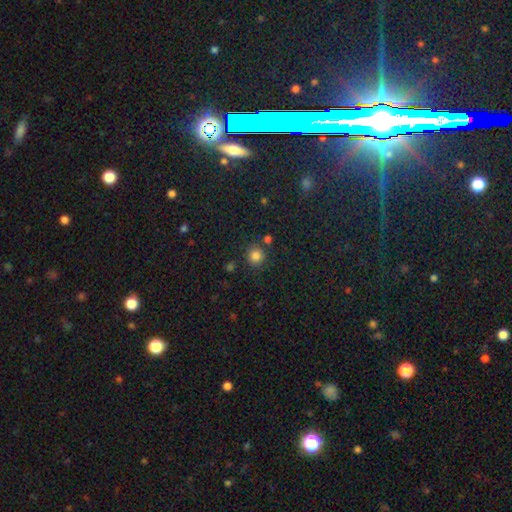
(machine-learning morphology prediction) Smooth or featured: smooth — 81% (star or artifact — 14%)
How rounded: round — 89% (in between — 10%)
Merging: none — 79% (minor disturbance — 10%)